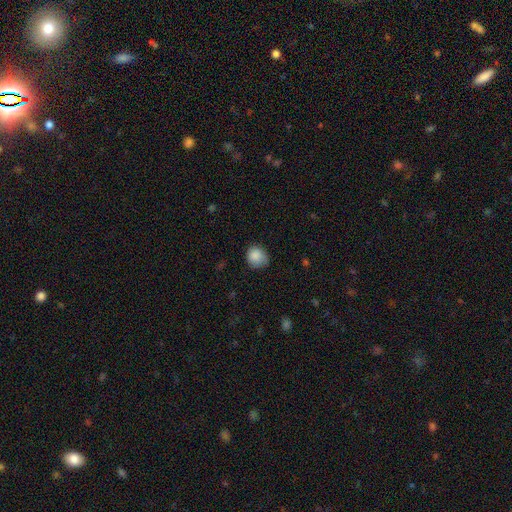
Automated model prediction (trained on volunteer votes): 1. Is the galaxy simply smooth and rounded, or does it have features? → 86% smooth, 8% star or artifact, 5% featured or disk.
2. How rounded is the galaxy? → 78% round, 21% in between, 1% cigar-shaped.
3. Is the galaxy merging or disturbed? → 61% none, 31% minor disturbance, 7% major disturbance, 1% merger.